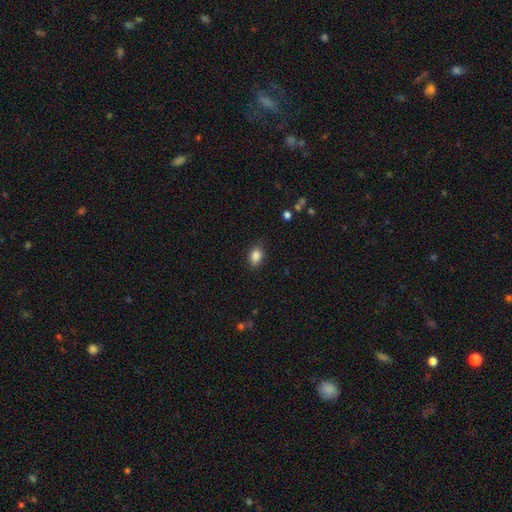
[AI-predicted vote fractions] Smooth or featured: smooth — 87% (star or artifact — 9%)
How rounded: in between — 72% (round — 27%)
Merging: none — 83% (minor disturbance — 13%)